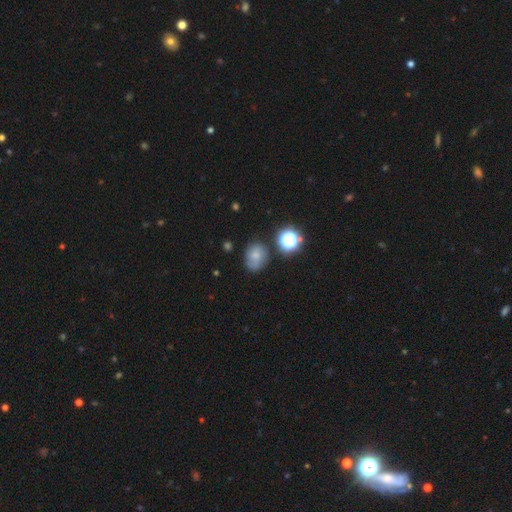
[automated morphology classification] smooth_or_featured: smooth (p=0.67) [alt: featured or disk p=0.17]
how_rounded: round (p=0.54) [alt: in between p=0.45]
merging: none (p=0.65) [alt: minor disturbance p=0.22]